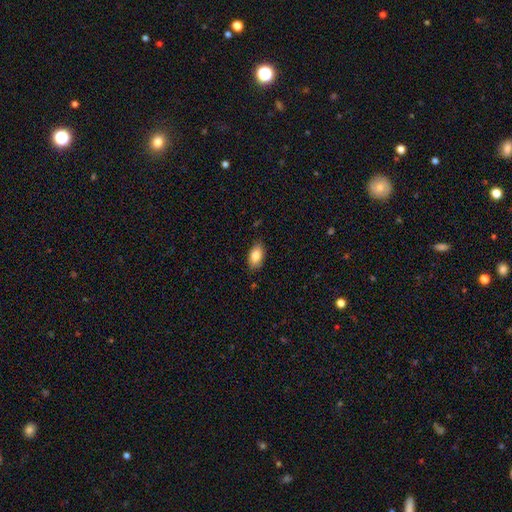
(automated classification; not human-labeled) This is clearly a smooth galaxy (84%). How rounded: clearly in between (92%). Merging: clearly none (83%).